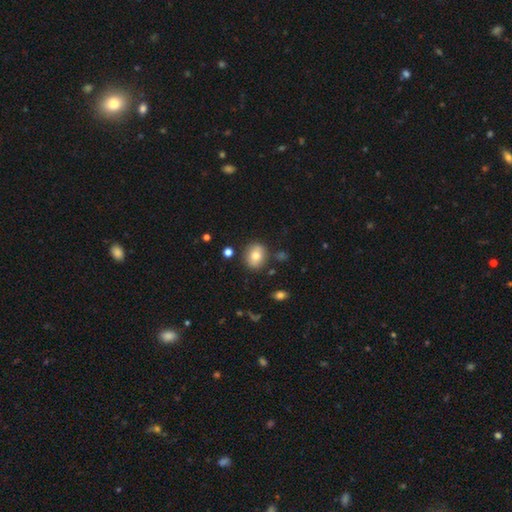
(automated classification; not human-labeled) A smooth galaxy with no disk features (75%) that is round (67%).

Vote fractions:
- Smooth or featured? smooth: 75% / featured or disk: 15% / star or artifact: 10%
- How rounded? round: 67% / in between: 32% / cigar-shaped: 1%
- Merging? none: 85% / minor disturbance: 9% / merger: 3% / major disturbance: 2%